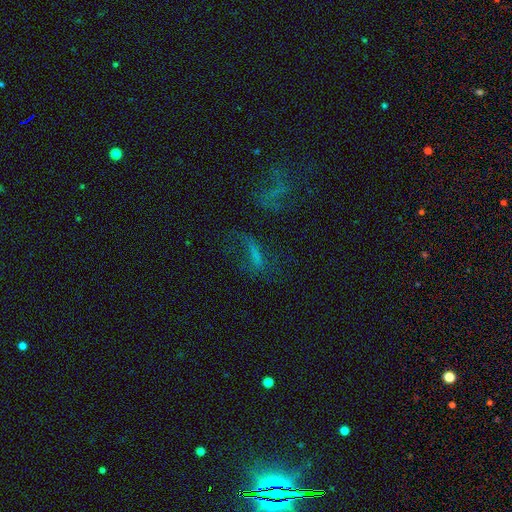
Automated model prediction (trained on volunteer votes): Morphology: type=featured or disk (39%); merging=none (43%).